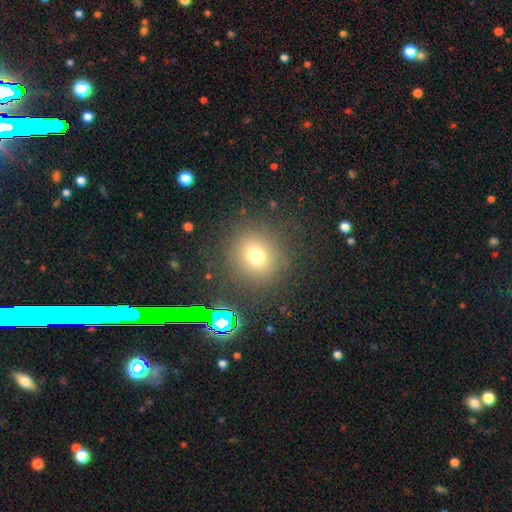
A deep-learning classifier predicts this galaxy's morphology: smooth_or_featured: smooth (p=0.70) [alt: star or artifact p=0.20]
how_rounded: round (p=0.88) [alt: in between p=0.11]
merging: none (p=0.84) [alt: minor disturbance p=0.09]